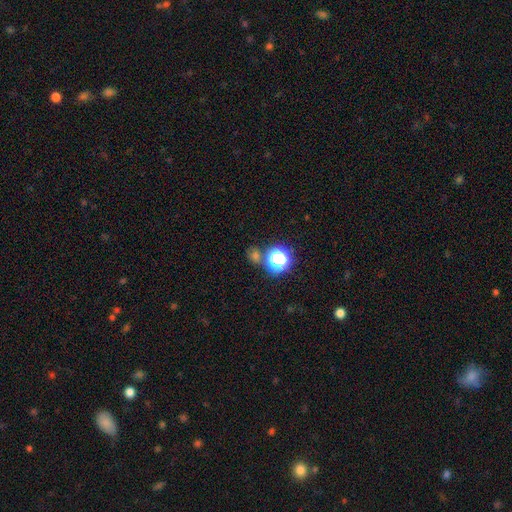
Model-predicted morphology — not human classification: type=smooth (50%); roundness=round (80%); merging=none (69%).